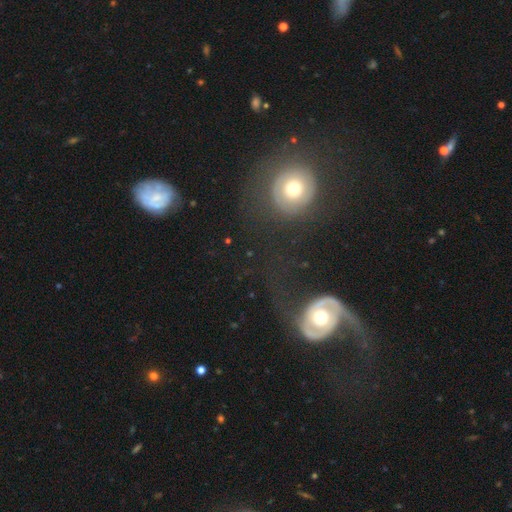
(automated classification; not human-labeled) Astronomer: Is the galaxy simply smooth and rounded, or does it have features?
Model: featured or disk — 60%.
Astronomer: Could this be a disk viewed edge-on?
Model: no — 94%.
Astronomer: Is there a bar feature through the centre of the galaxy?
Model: no — 55% (runner-up: weak, 32%).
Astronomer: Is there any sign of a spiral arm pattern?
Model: yes — 82%.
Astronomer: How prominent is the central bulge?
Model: moderate — 55%.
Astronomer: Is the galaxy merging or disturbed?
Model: none — 52%.